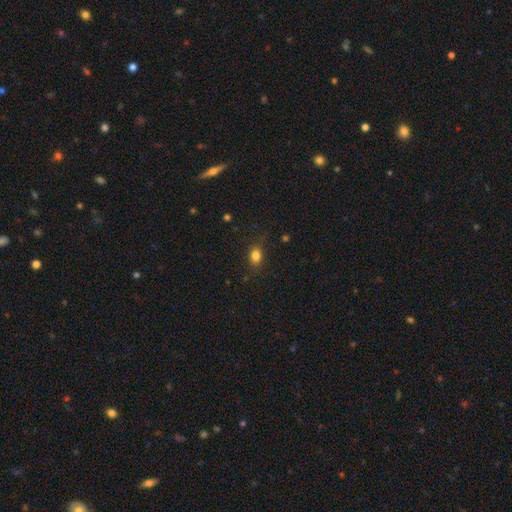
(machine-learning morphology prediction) Smooth or featured? Predicted: smooth (p=0.82). How rounded? Predicted: in between (p=0.64). Merging? Predicted: none (p=0.81).